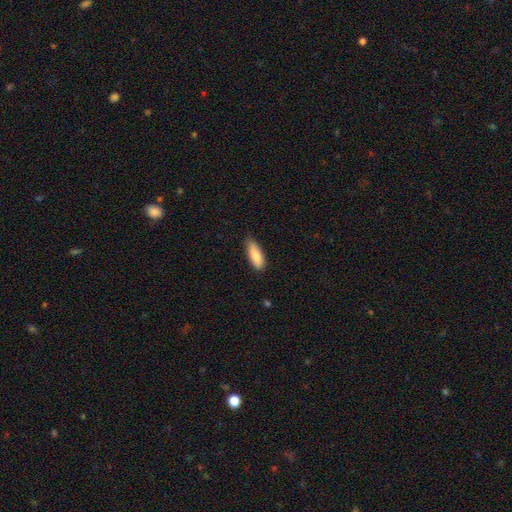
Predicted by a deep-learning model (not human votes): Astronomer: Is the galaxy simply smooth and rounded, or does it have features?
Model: smooth — 85%.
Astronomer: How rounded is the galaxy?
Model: in between — 67%.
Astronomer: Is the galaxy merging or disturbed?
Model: none — 79%.